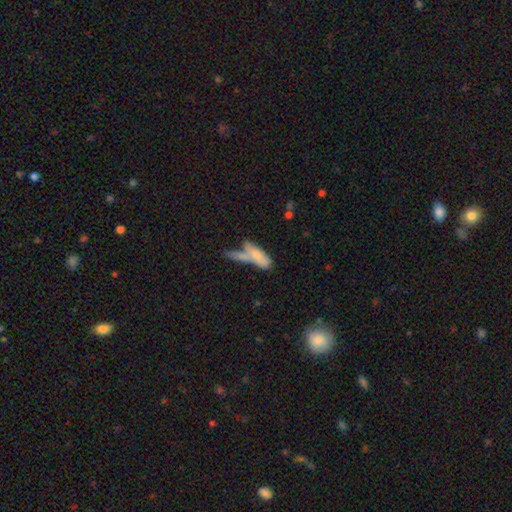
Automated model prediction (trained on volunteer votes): smooth_or_featured: smooth (p=0.71) [alt: featured or disk p=0.20]
how_rounded: in between (p=0.51) [alt: cigar-shaped p=0.46]
merging: merger (p=0.49) [alt: none p=0.28]